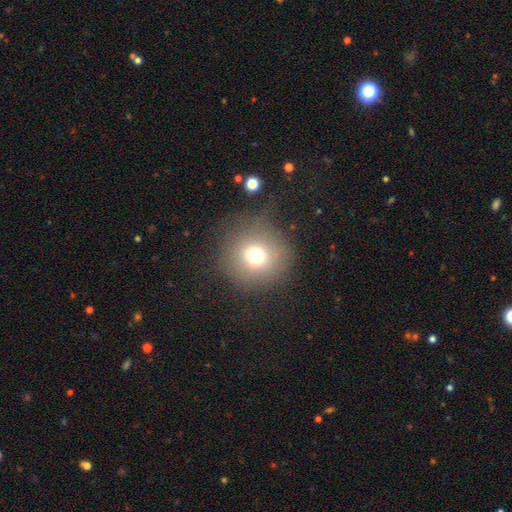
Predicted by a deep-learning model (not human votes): smooth-or-featured: smooth: 72% | star or artifact: 16% | featured or disk: 12%
  how-rounded: round: 94% | in between: 5% | cigar-shaped: 1%
  merging: none: 75% | minor disturbance: 13% | major disturbance: 10% | merger: 3%